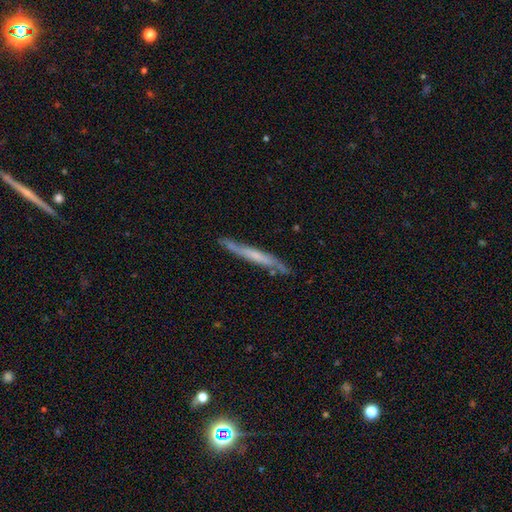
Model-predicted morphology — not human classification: type=featured or disk (59%); edge-on=yes (84%); merging=none (76%).